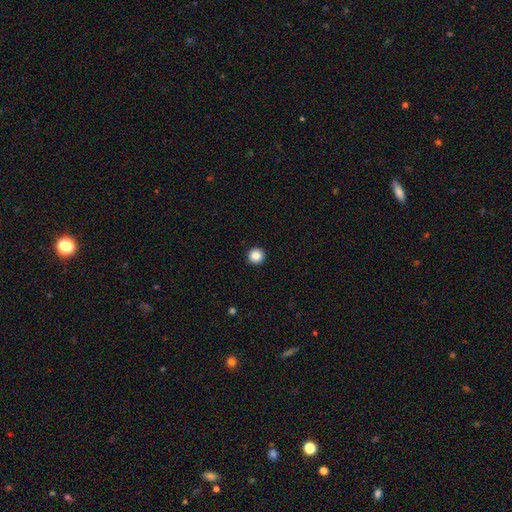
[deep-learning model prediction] Smooth or featured? Predicted: smooth (p=0.87). How rounded? Predicted: round (p=0.96). Merging? Predicted: none (p=0.93).